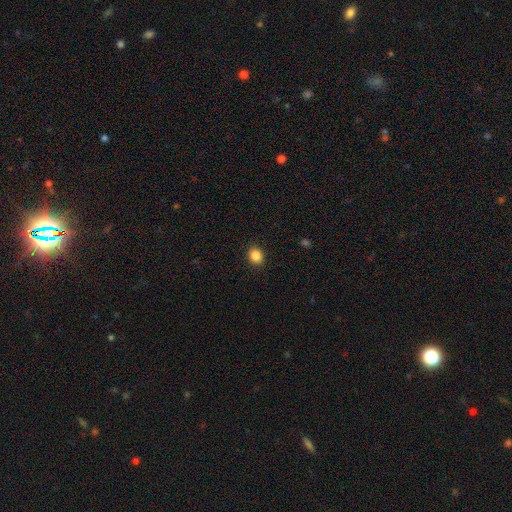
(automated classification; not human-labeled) Overall: smooth (86%). How rounded: round (62%; in between 37%). Merging: none (90%).